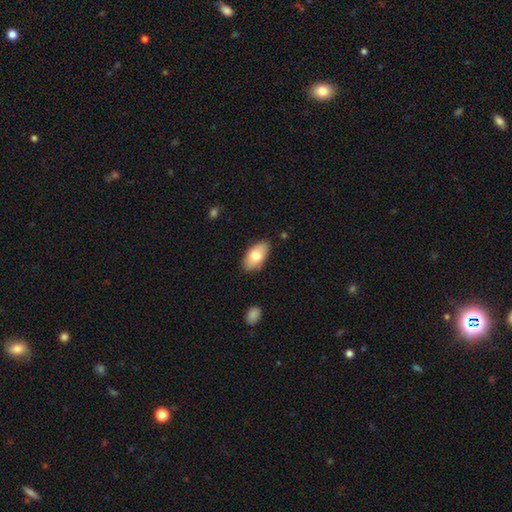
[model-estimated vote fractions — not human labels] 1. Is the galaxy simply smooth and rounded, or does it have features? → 75% smooth, 19% featured or disk, 6% star or artifact.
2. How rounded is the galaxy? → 94% in between, 4% round, 2% cigar-shaped.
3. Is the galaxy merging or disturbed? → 85% none, 12% minor disturbance, 2% major disturbance, 1% merger.